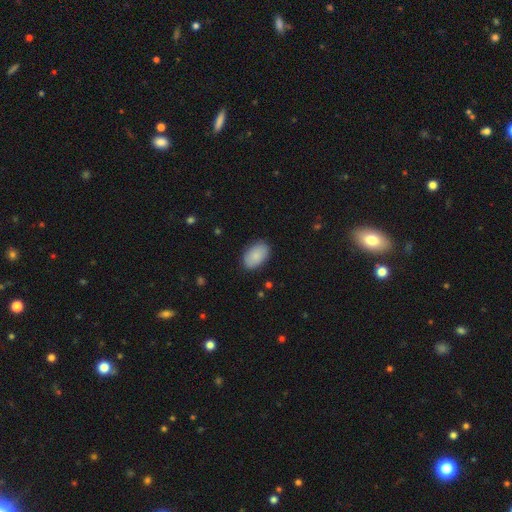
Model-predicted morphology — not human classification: type=smooth (88%); roundness=in between (92%); merging=none (85%).